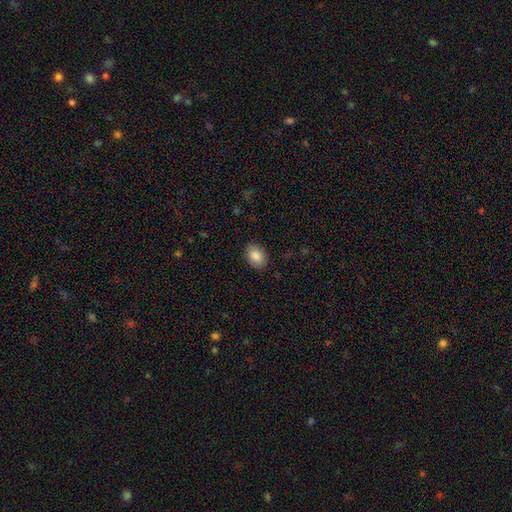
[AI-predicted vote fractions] Smooth or featured? smooth (86%)
How rounded? in between (78%)
Merging? none (87%)